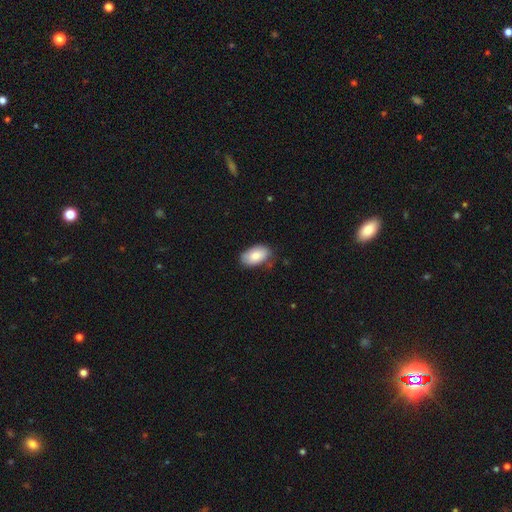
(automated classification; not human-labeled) smooth-or-featured: smooth: 85% | featured or disk: 9% | star or artifact: 6%
  how-rounded: in between: 94% | round: 4% | cigar-shaped: 2%
  merging: none: 78% | minor disturbance: 18% | major disturbance: 3% | merger: 2%